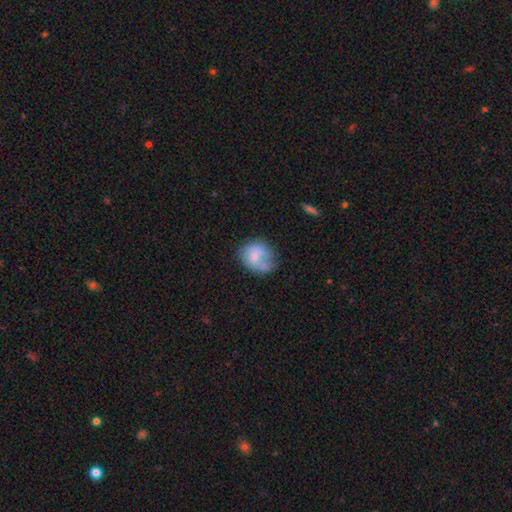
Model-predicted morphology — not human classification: Q: Smooth or featured?
A: smooth (56%); runner-up: featured or disk (36%)
Q: How rounded?
A: round (59%); runner-up: in between (40%)
Q: Merging?
A: none (40%); runner-up: minor disturbance (29%)